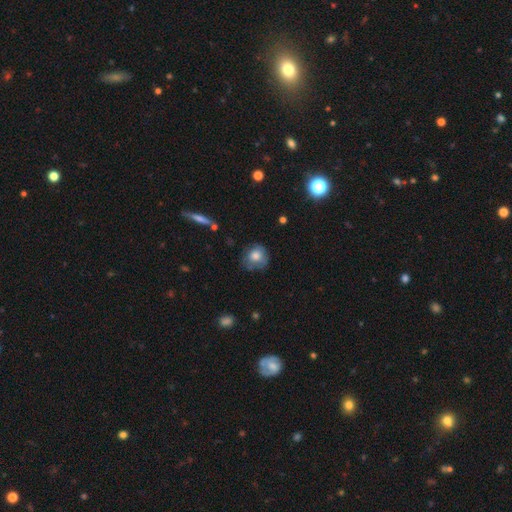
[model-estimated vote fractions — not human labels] Morphology: type=smooth (67%); roundness=round (82%); merging=none (62%).